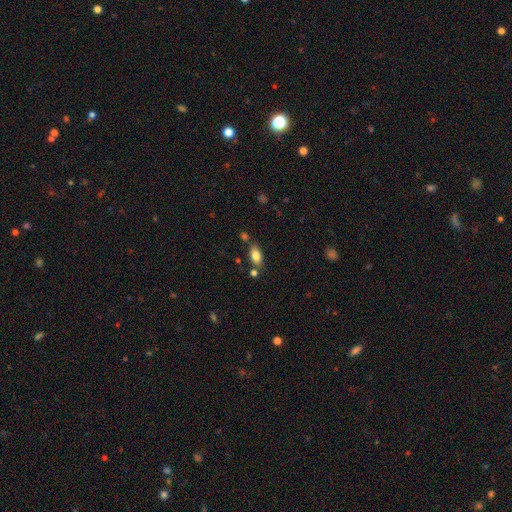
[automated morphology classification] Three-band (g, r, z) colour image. It shows a smooth galaxy with no disk features (82%) that is in between round and cigar-shaped (90%). Merging: none (73%).